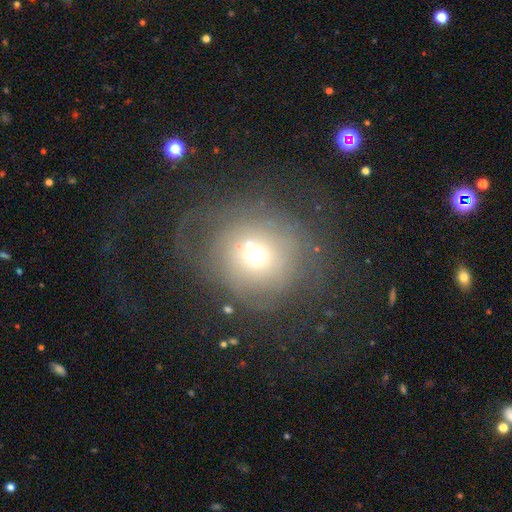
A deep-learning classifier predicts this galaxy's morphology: This appears to be a smooth galaxy with no disk features (49%). Merging: none (49%).